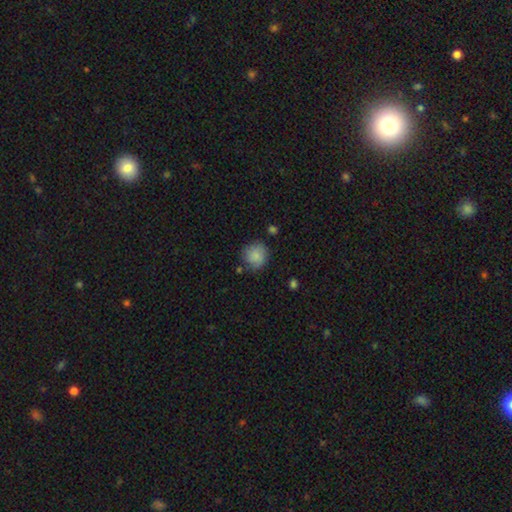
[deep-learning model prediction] Smooth or featured? smooth (84%)
How rounded? round (89%)
Merging? none (76%)